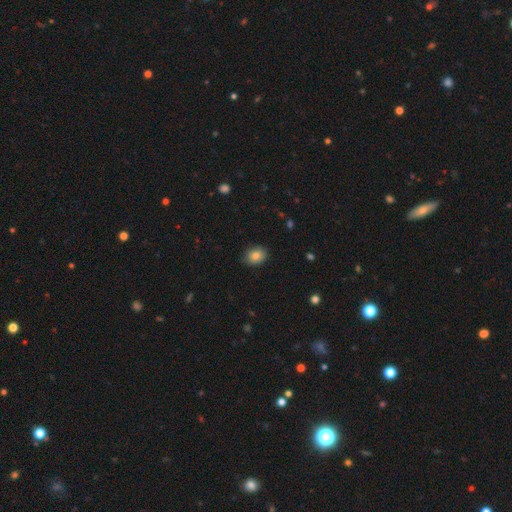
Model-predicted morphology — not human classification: Q: Smooth or featured?
A: smooth (83%); runner-up: star or artifact (9%)
Q: How rounded?
A: in between (60%); runner-up: round (39%)
Q: Merging?
A: none (81%); runner-up: minor disturbance (16%)